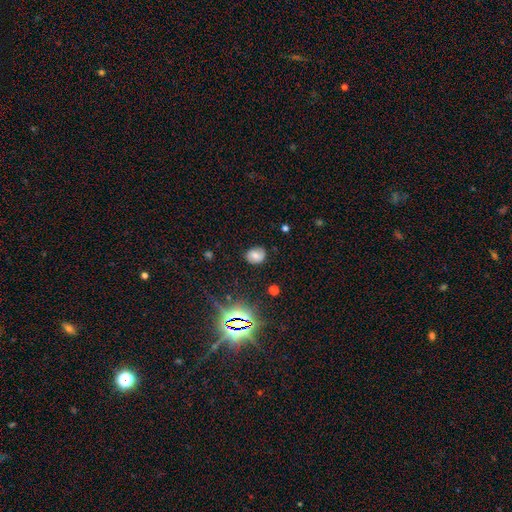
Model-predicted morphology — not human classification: Smooth or featured?
  - smooth: 66% *
  - featured or disk: 19%
  - star or artifact: 16%
How rounded?
  - round: 55% *
  - in between: 44%
  - cigar-shaped: 1%
Merging?
  - none: 79% *
  - minor disturbance: 16%
  - major disturbance: 4%
  - merger: 1%